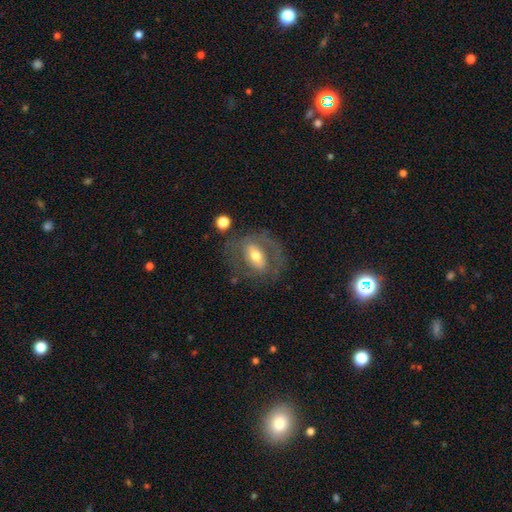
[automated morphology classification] Overall: featured or disk (60%; smooth 32%). Edge-on disk: no (92%). Bar: weak (35%; strong 34%). Spiral arms: no (55%; yes 45%). Bulge size: moderate (68%). Merging: none (61%).